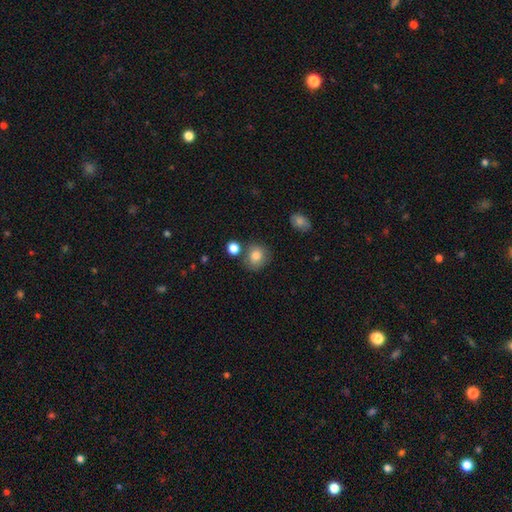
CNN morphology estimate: This is clearly a smooth galaxy (83%). How rounded: likely round (78%). Merging: likely none (72%).